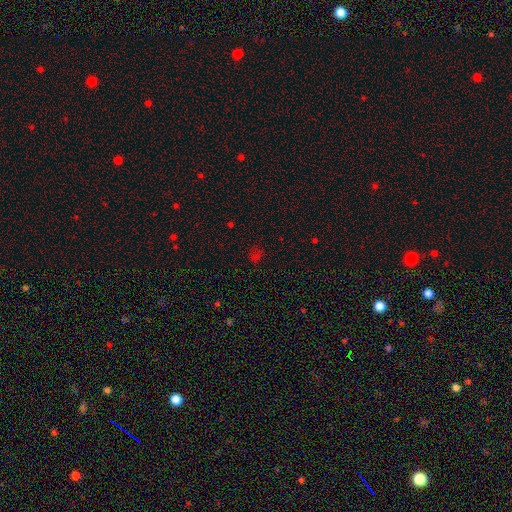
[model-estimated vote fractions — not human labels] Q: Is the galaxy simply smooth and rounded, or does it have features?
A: smooth — 47%.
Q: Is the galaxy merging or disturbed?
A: none — 73%.